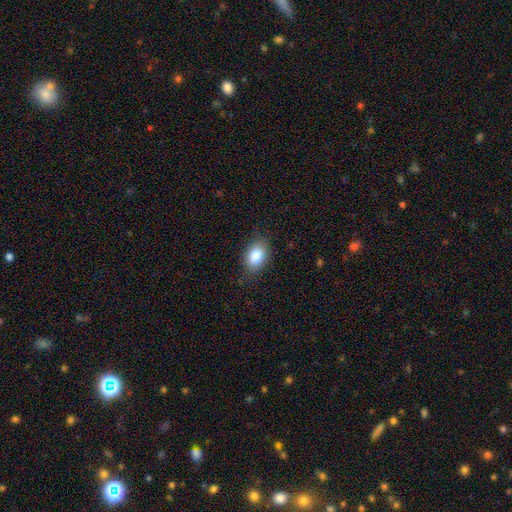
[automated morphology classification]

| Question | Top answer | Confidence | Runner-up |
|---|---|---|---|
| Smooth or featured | smooth | 85% | featured or disk (8%) |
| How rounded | in between | 88% | round (10%) |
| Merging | none | 81% | minor disturbance (15%) |